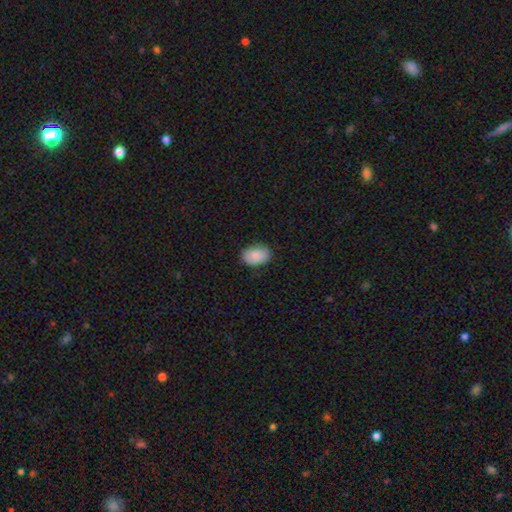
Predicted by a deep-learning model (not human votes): smooth-or-featured: smooth: 85% | featured or disk: 8% | star or artifact: 7%
  how-rounded: in between: 87% | round: 12% | cigar-shaped: 1%
  merging: none: 84% | minor disturbance: 12% | major disturbance: 2% | merger: 1%